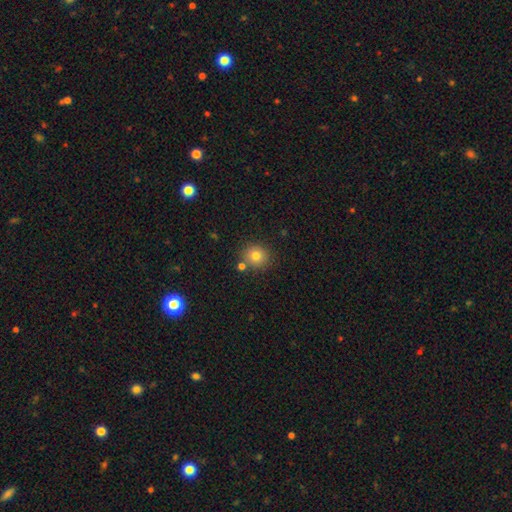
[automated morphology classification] smooth_or_featured: smooth (p=0.78) [alt: star or artifact p=0.13]
how_rounded: round (p=0.88) [alt: in between p=0.12]
merging: none (p=0.79) [alt: merger p=0.10]